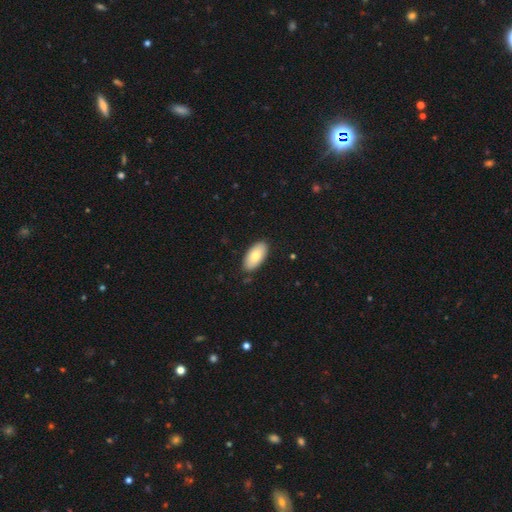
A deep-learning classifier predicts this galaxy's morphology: smooth-or-featured: smooth: 75% | featured or disk: 18% | star or artifact: 6%
  how-rounded: in between: 93% | cigar-shaped: 4% | round: 2%
  merging: none: 87% | minor disturbance: 10% | major disturbance: 2% | merger: 1%